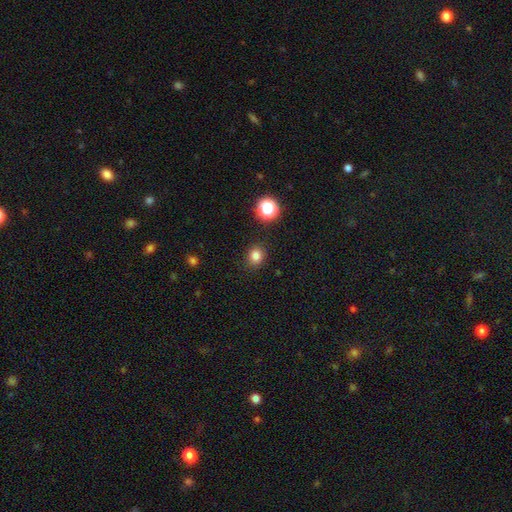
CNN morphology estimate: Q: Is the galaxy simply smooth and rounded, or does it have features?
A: smooth — 81%.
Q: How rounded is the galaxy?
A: round — 74%.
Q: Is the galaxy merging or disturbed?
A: none — 88%.